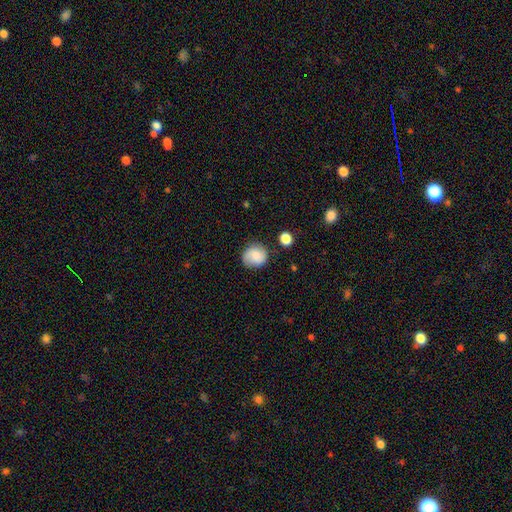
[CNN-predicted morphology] Q: Smooth or featured?
A: smooth (70%); runner-up: featured or disk (21%)
Q: How rounded?
A: round (83%); runner-up: in between (16%)
Q: Merging?
A: none (73%); runner-up: minor disturbance (19%)